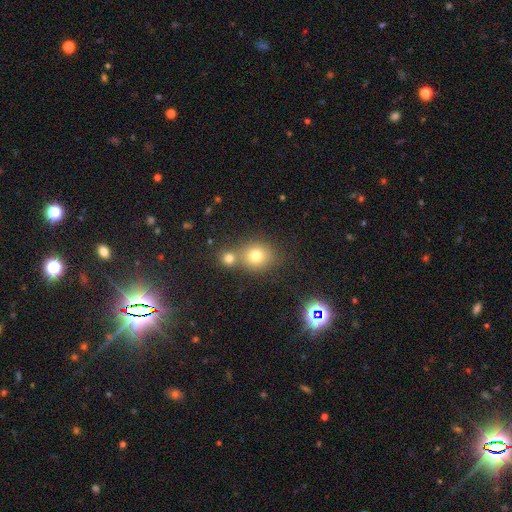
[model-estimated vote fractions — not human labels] Morphology: type=smooth (75%); roundness=round (76%); merging=none (51%).